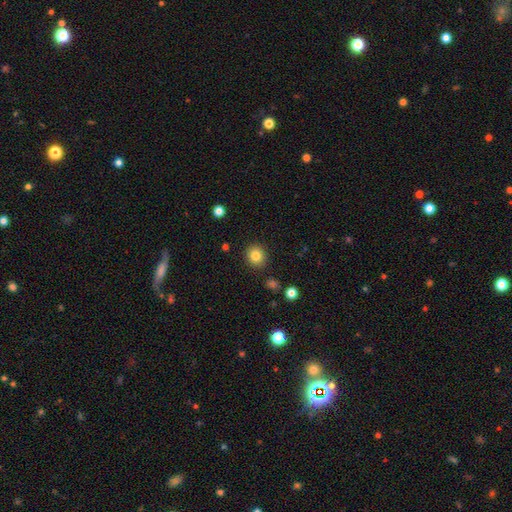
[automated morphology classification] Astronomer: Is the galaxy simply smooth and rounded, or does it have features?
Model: smooth — 83%.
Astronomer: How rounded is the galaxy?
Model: round — 88%.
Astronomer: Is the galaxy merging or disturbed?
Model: none — 89%.